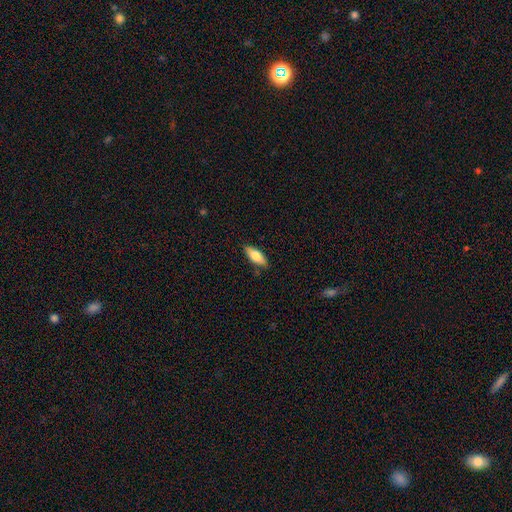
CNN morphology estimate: type=smooth (74%); roundness=in between (74%); merging=none (84%).